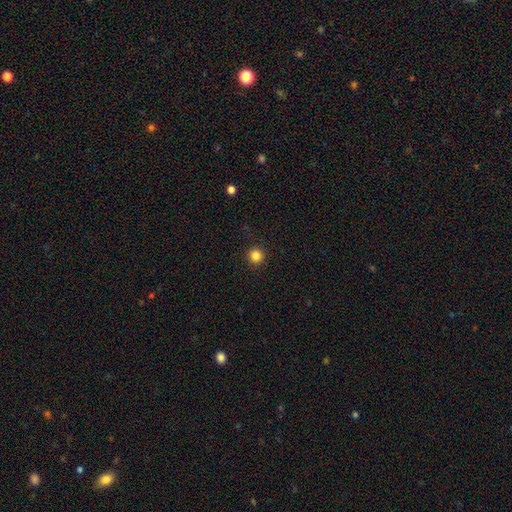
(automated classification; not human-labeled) smooth-or-featured: smooth: 84% | star or artifact: 12% | featured or disk: 4%
  how-rounded: round: 95% | in between: 4% | cigar-shaped: 1%
  merging: none: 92% | minor disturbance: 5% | major disturbance: 2% | merger: 1%